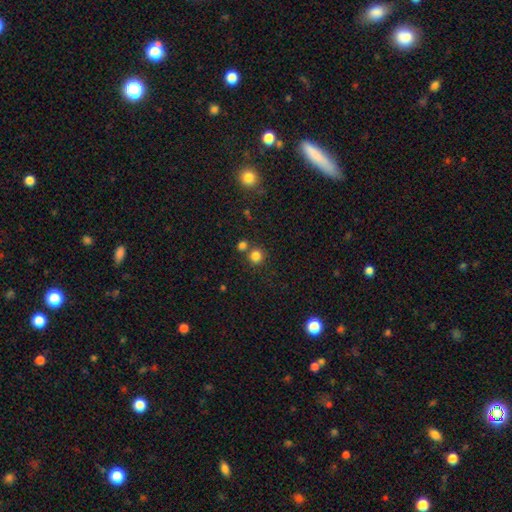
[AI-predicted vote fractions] smooth_or_featured: smooth (p=0.81) [alt: star or artifact p=0.13]
how_rounded: round (p=0.89) [alt: in between p=0.10]
merging: none (p=0.69) [alt: merger p=0.20]